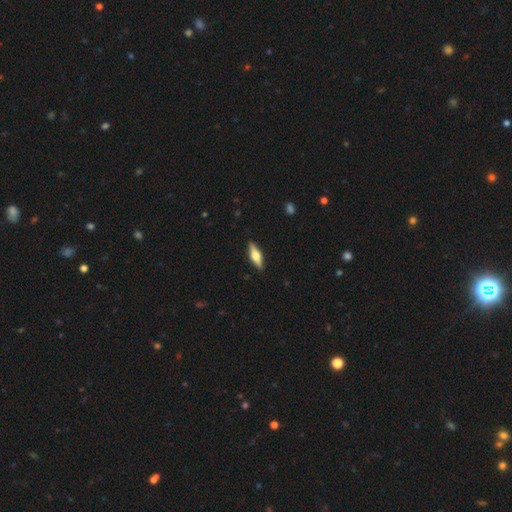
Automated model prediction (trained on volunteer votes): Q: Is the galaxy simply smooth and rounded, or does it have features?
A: featured or disk — 51%.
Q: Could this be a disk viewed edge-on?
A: yes — 94%.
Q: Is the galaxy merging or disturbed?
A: none — 89%.